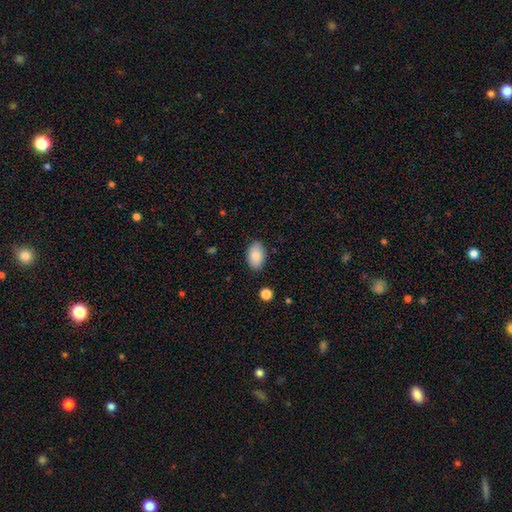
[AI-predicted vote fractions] Q: Smooth or featured?
A: smooth (84%); runner-up: featured or disk (9%)
Q: How rounded?
A: in between (91%); runner-up: round (7%)
Q: Merging?
A: none (84%); runner-up: minor disturbance (12%)